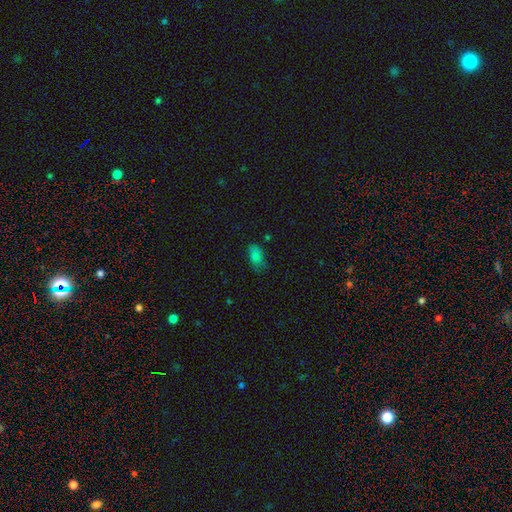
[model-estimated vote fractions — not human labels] smooth_or_featured: smooth (p=0.80) [alt: star or artifact p=0.13]
how_rounded: in between (p=0.90) [alt: round p=0.06]
merging: none (p=0.64) [alt: minor disturbance p=0.26]